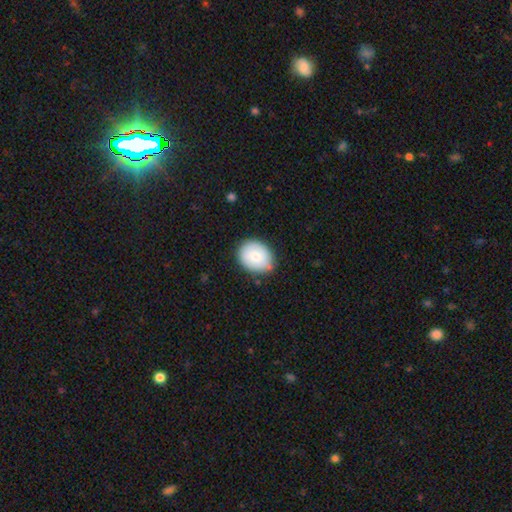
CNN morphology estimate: type=smooth (76%); roundness=in between (51%); merging=none (76%).